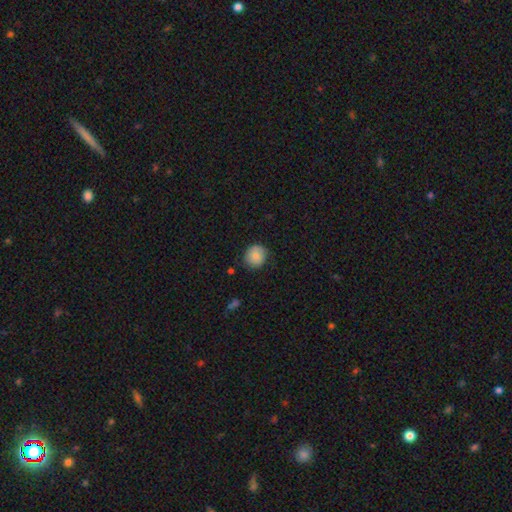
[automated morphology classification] This appears to be a smooth galaxy with no disk features (80%) that is round (84%). Merging: none (80%).